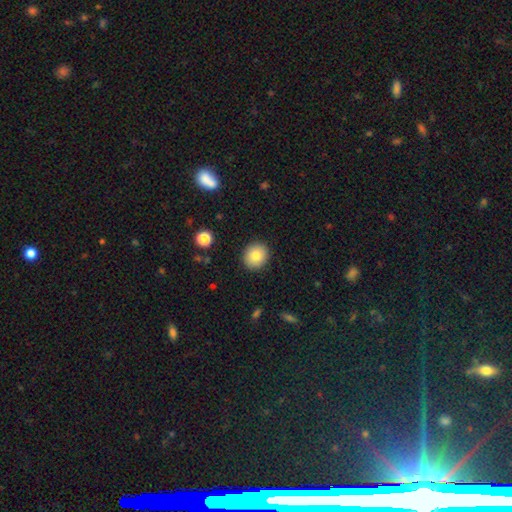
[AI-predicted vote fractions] This is clearly a smooth galaxy (83%). How rounded: likely round (80%). Merging: clearly none (90%).